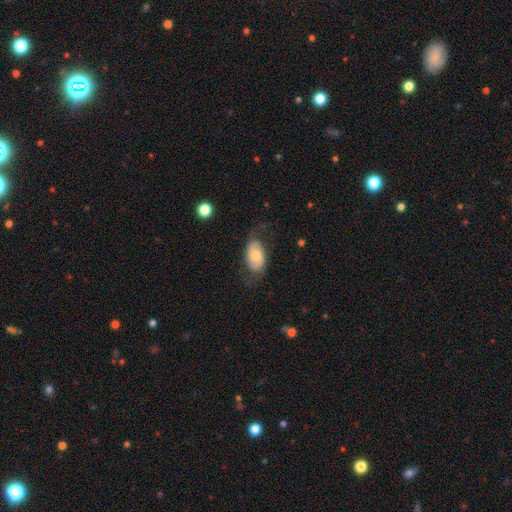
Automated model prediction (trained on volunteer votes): Overall: smooth (51%; featured or disk 42%). How rounded: in between (92%). Merging: none (64%).